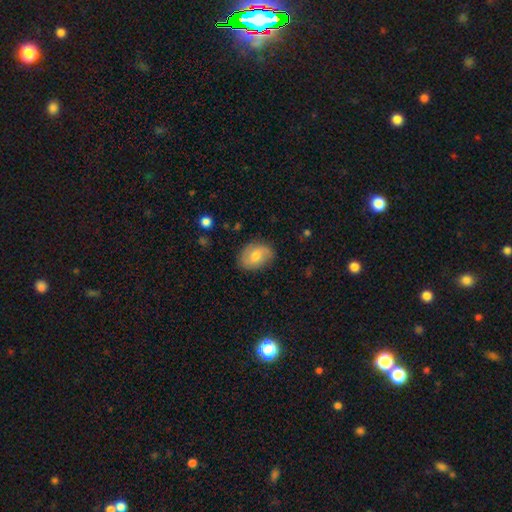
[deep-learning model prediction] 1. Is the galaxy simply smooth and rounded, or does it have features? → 59% smooth, 34% featured or disk, 7% star or artifact.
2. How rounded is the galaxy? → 71% in between, 28% round, 1% cigar-shaped.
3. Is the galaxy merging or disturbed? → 79% none, 16% minor disturbance, 4% major disturbance, 1% merger.